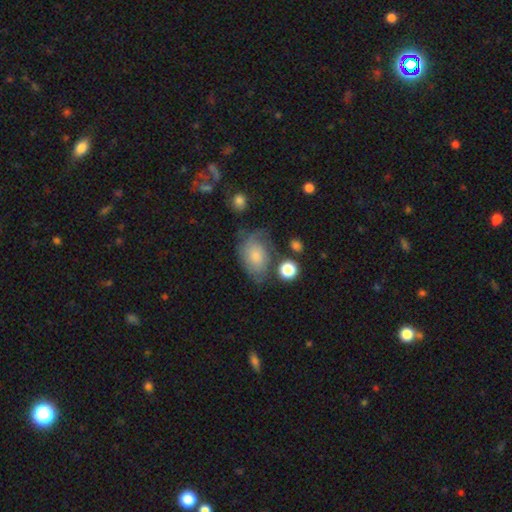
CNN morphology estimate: Smooth or featured?
  - smooth: 56% *
  - featured or disk: 36%
  - star or artifact: 8%
How rounded?
  - in between: 79% *
  - round: 20%
  - cigar-shaped: 1%
Merging?
  - none: 47% *
  - minor disturbance: 29%
  - major disturbance: 18%
  - merger: 6%